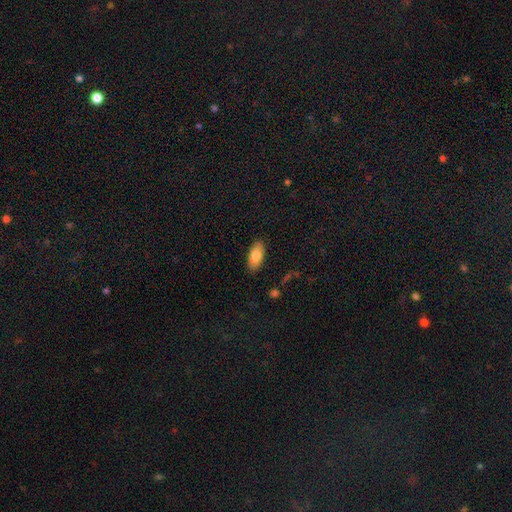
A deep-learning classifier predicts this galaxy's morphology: Smooth or featured? smooth (79%)
How rounded? in between (91%)
Merging? none (87%)